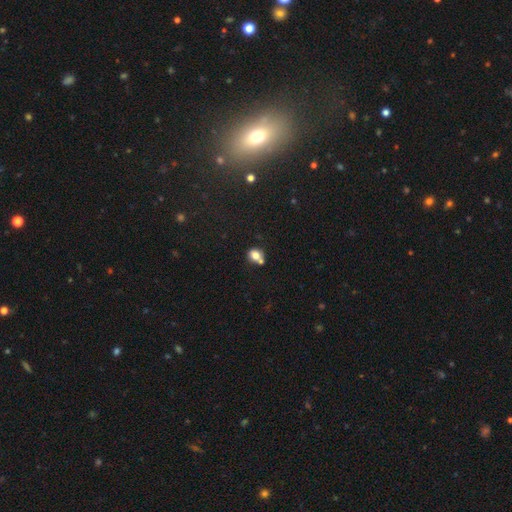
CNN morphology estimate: Q: Smooth or featured?
A: smooth (78%); runner-up: featured or disk (11%)
Q: How rounded?
A: round (60%); runner-up: in between (39%)
Q: Merging?
A: none (48%); runner-up: merger (35%)